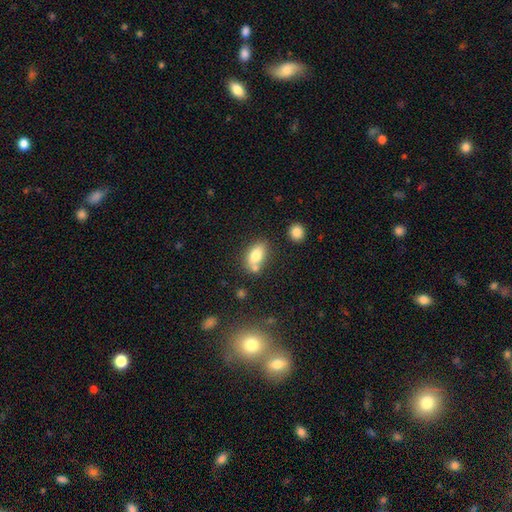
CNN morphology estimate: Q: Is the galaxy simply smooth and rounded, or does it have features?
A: smooth — 77%.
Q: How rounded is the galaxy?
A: in between — 85%.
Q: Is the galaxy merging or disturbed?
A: none — 52%.